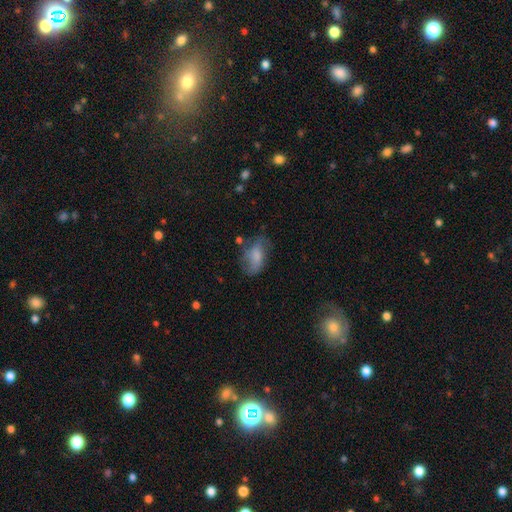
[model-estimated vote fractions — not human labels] Overall: smooth (66%; featured or disk 26%). How rounded: in between (89%). Merging: none (47%; minor disturbance 30%).